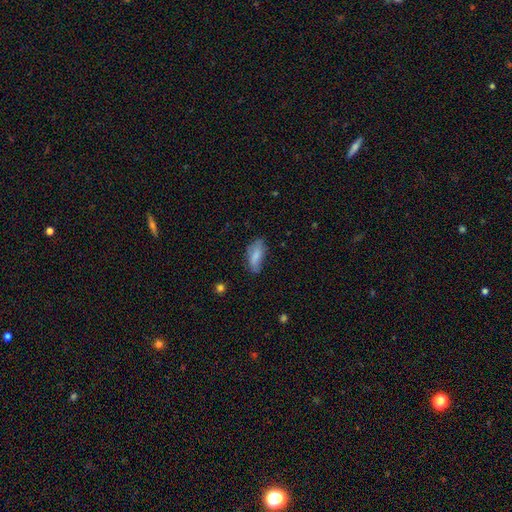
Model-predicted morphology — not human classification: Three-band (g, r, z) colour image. It shows a smooth galaxy with no disk features (75%) that is in between round and cigar-shaped (82%). Merging: none (56%).